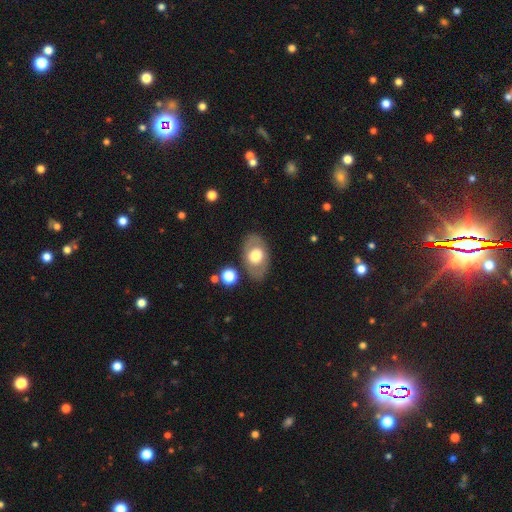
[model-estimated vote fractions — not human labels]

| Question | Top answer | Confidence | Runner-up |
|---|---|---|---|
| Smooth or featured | smooth | 54% | featured or disk (40%) |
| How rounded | in between | 84% | round (15%) |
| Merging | none | 80% | minor disturbance (12%) |